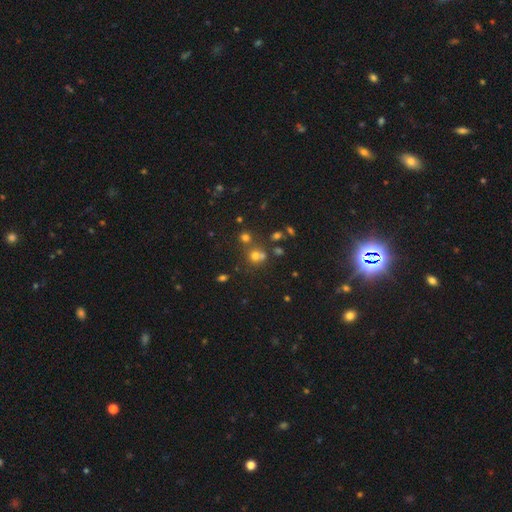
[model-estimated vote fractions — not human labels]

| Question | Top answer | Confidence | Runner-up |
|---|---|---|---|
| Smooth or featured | smooth | 63% | star or artifact (25%) |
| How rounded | round | 83% | in between (16%) |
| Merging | none | 54% | merger (32%) |